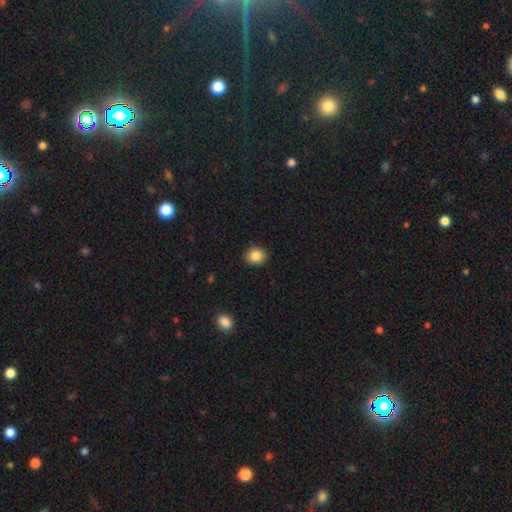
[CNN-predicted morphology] The model was most divided on "how rounded": round: 75%, in between: 24%, cigar-shaped: 1%. More confident: merging — none (90%); smooth or featured — smooth (86%).